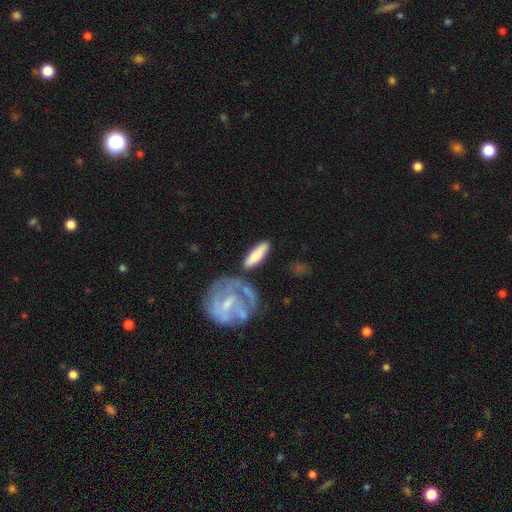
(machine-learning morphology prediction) Overall: smooth (68%). How rounded: cigar-shaped (64%; in between 33%). Merging: none (67%).